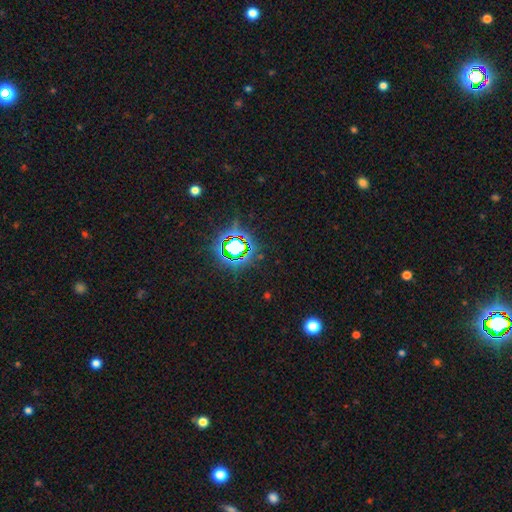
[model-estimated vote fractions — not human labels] star or artifact 81%, smooth 12%, featured or disk 7%.